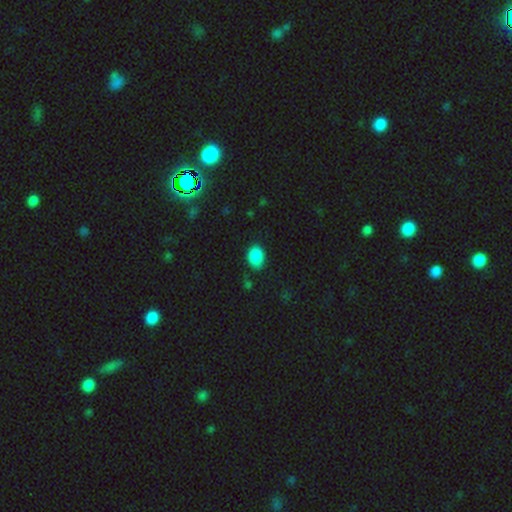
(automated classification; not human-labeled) A smooth galaxy with no disk features (87%) that is in between round and cigar-shaped (73%).

Vote fractions:
- Smooth or featured? smooth: 87% / star or artifact: 9% / featured or disk: 4%
- How rounded? in between: 73% / round: 26% / cigar-shaped: 1%
- Merging? none: 75% / minor disturbance: 19% / major disturbance: 4% / merger: 2%